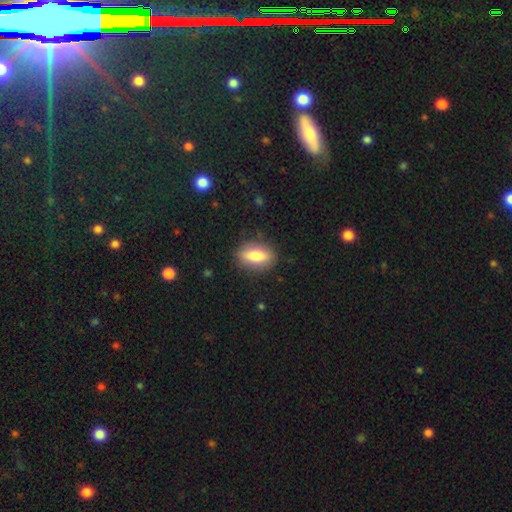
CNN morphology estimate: Smooth or featured? Predicted: smooth (p=0.74). How rounded? Predicted: in between (p=0.79). Merging? Predicted: none (p=0.85).